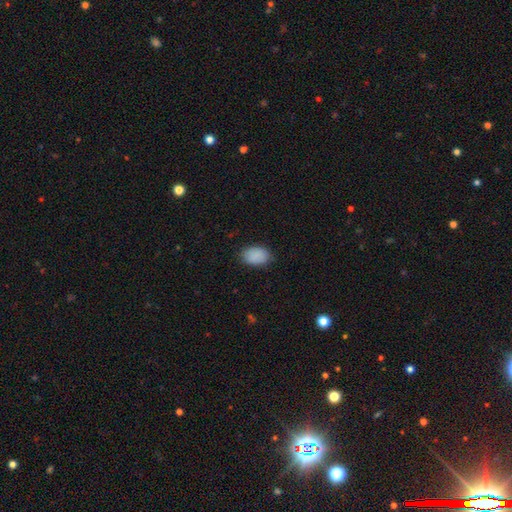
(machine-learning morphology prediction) Smooth or featured? smooth (89%)
How rounded? in between (86%)
Merging? none (83%)